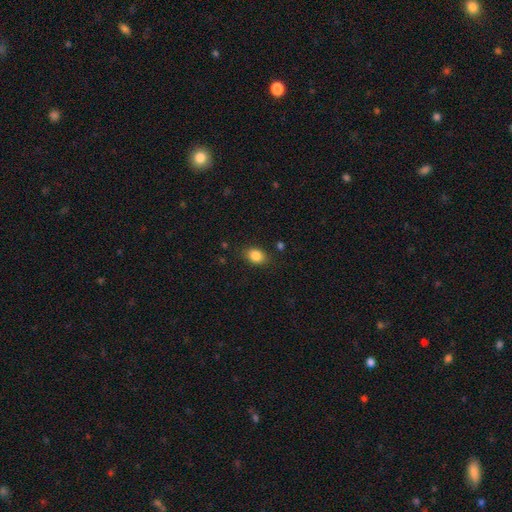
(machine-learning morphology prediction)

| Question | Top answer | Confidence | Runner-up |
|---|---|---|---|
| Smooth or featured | smooth | 85% | star or artifact (9%) |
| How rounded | in between | 68% | round (31%) |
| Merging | none | 84% | minor disturbance (12%) |